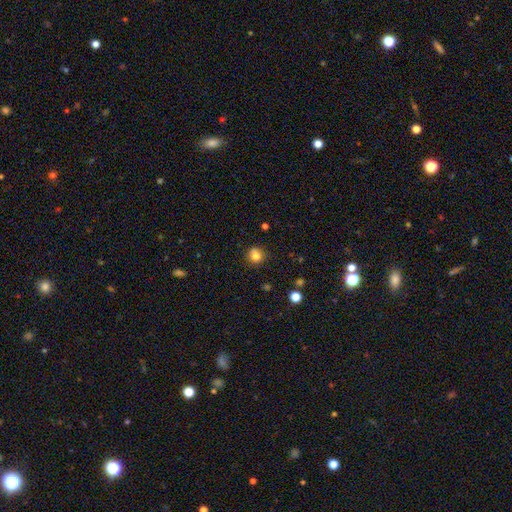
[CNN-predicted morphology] smooth 79%, star or artifact 13%, featured or disk 9%. Down the decision tree: how rounded — round (88%); merging — none (75%).